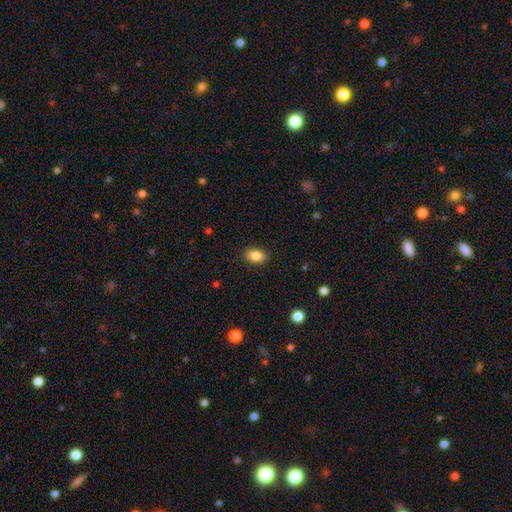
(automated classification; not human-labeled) Overall: smooth (86%). How rounded: in between (86%). Merging: none (89%).